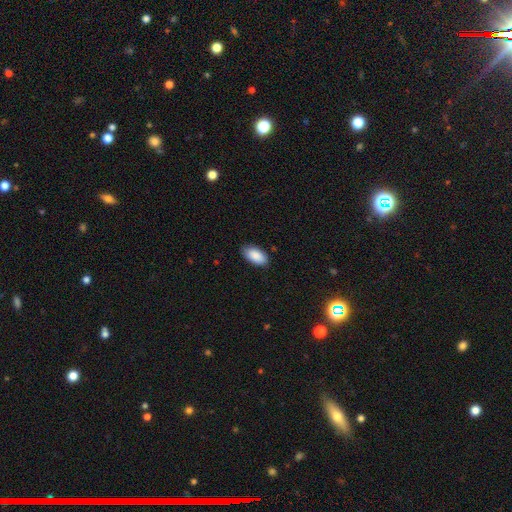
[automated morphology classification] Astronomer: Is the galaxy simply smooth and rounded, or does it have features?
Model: smooth — 90%.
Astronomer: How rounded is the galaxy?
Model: in between — 95%.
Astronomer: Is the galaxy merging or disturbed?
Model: none — 86%.